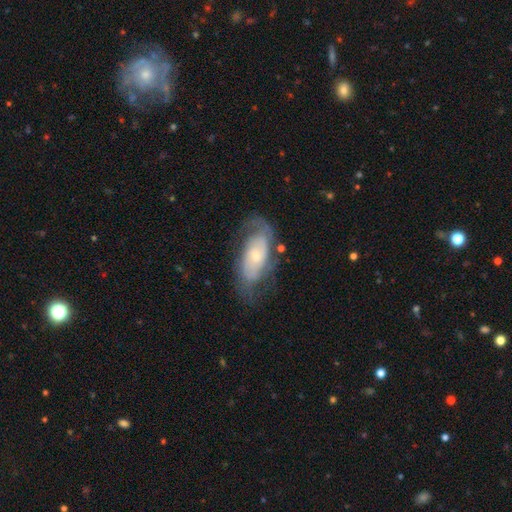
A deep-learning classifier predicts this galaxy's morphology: This is likely a featured or disk galaxy (73%). It is clearly not viewed edge-on (93%). Bar: likely no (70%). Spiral arm pattern: clearly yes (86%). Spiral arm count: likely 2 (60%). Spiral winding: marginally medium (40%). Central bulge: likely small (64%). Merging: likely none (62%).